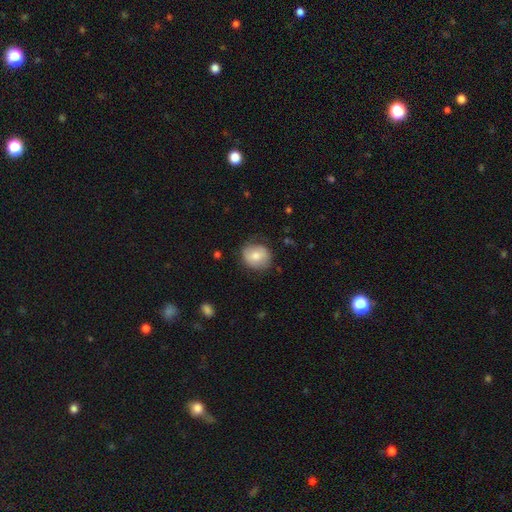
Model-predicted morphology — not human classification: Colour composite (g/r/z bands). It shows a smooth galaxy with no disk features (73%) that is round (72%). Merging: none (75%).